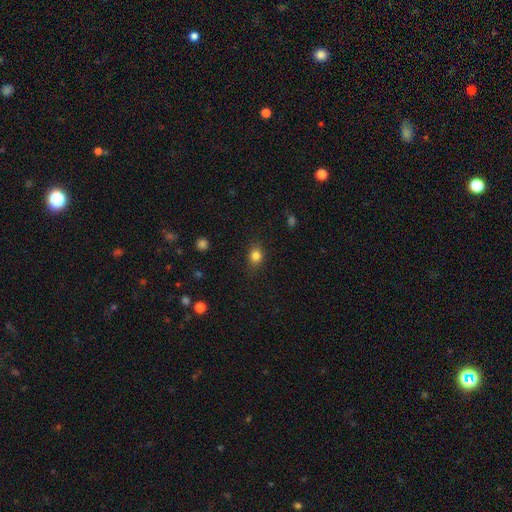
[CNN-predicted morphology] smooth-or-featured: smooth: 82% | star or artifact: 12% | featured or disk: 7%
  how-rounded: round: 56% | in between: 43% | cigar-shaped: 1%
  merging: none: 82% | minor disturbance: 14% | major disturbance: 3% | merger: 1%